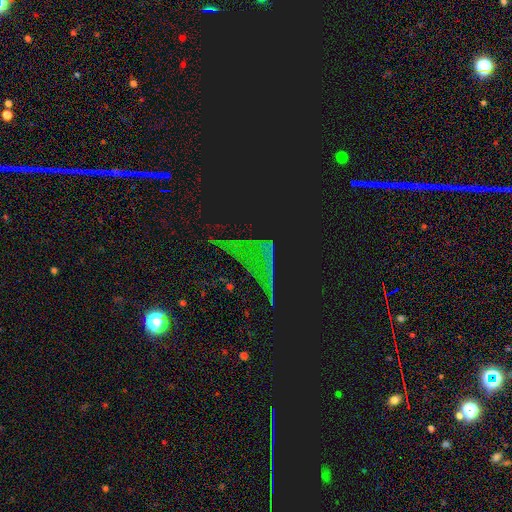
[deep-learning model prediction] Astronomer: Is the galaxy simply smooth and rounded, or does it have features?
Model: star or artifact — 77%.